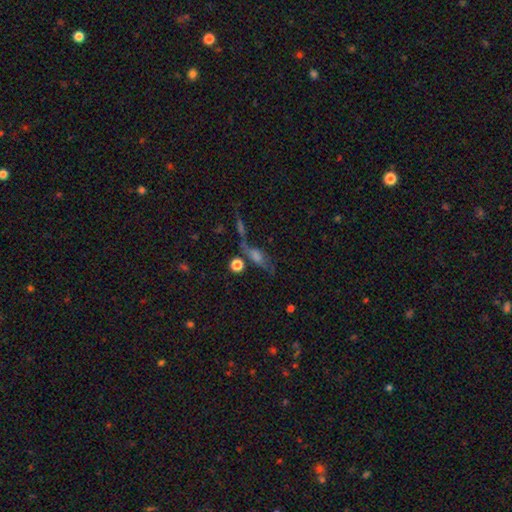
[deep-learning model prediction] Smooth or featured? smooth (40%)
Merging? none (46%)